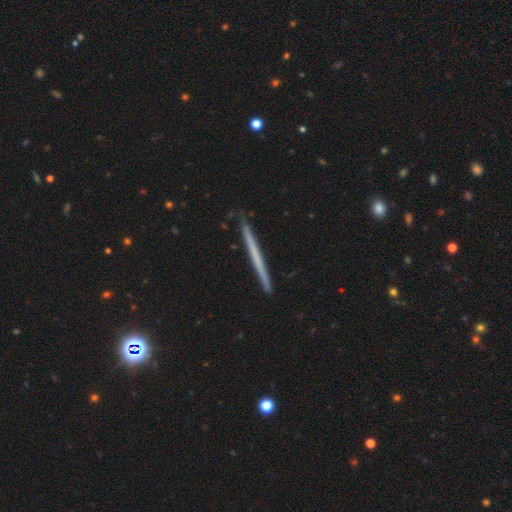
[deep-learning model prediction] smooth_or_featured: featured or disk (p=0.52) [alt: smooth p=0.41]
disk_edge_on: yes (p=0.98) [alt: no p=0.02]
edge_on_bulge: none (p=0.91) [alt: rounded p=0.06]
merging: none (p=0.90) [alt: minor disturbance p=0.08]